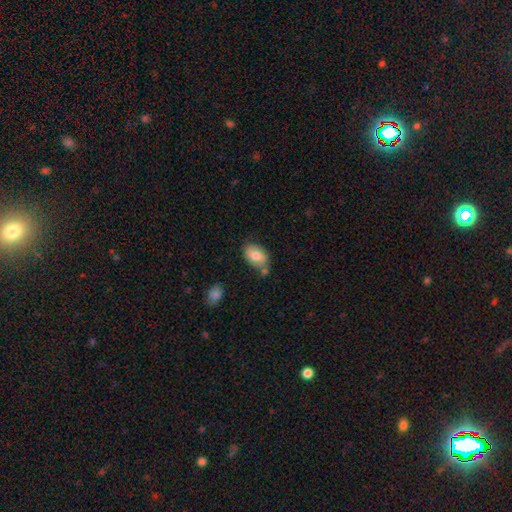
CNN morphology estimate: A smooth galaxy with no disk features (68%) that is in between round and cigar-shaped (84%). Merging: none (61%).